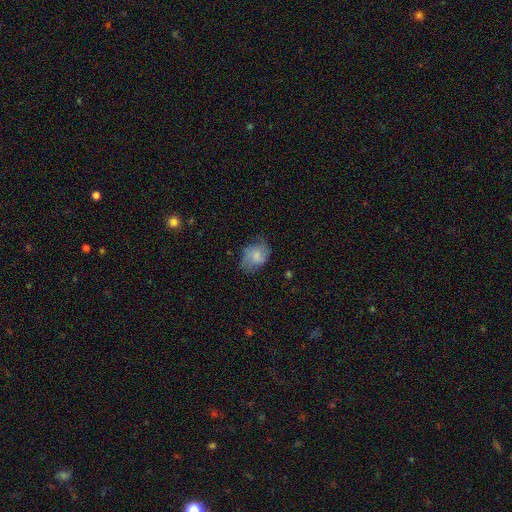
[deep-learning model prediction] The model was most divided on "merging": none: 56%, minor disturbance: 29%, major disturbance: 14%, merger: 2%. More confident: how rounded — in between (67%); smooth or featured — smooth (60%).